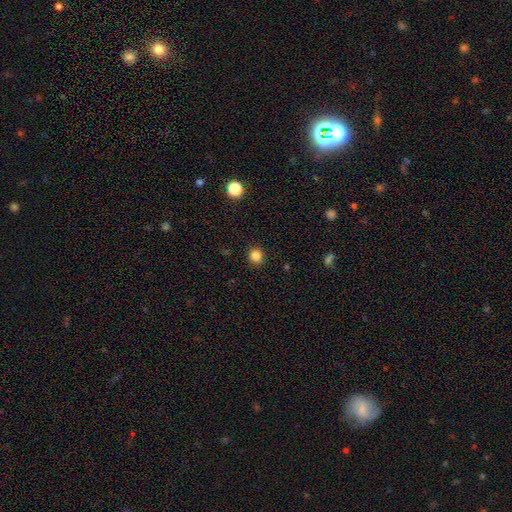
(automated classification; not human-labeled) This appears to be a smooth galaxy with no disk features (84%) that is round (89%). Merging: none (92%).